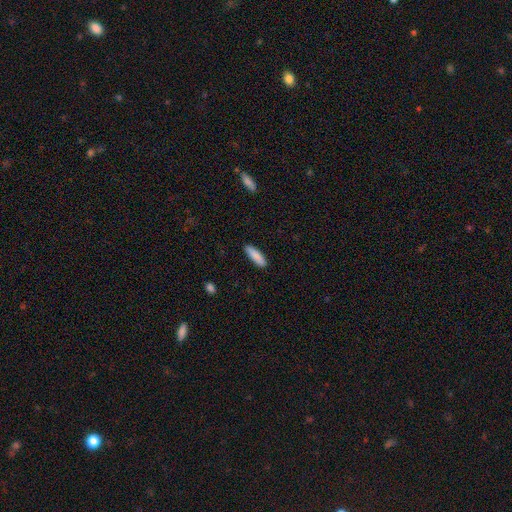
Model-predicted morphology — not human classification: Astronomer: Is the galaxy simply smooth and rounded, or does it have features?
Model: smooth — 88%.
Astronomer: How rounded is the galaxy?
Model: cigar-shaped — 60% (runner-up: in between, 39%).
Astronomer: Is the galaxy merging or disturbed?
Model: none — 88%.